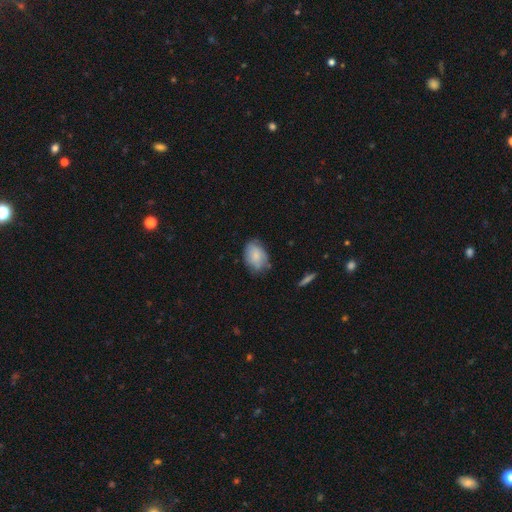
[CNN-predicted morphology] The model was most divided on "merging": none: 64%, minor disturbance: 28%, major disturbance: 6%, merger: 2%. More confident: how rounded — in between (81%); smooth or featured — smooth (79%).